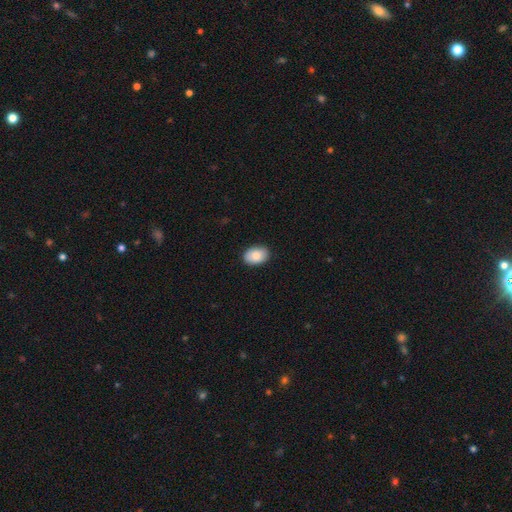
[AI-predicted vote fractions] A smooth galaxy with no disk features (86%) that is in between round and cigar-shaped (84%). Merging: none (89%).